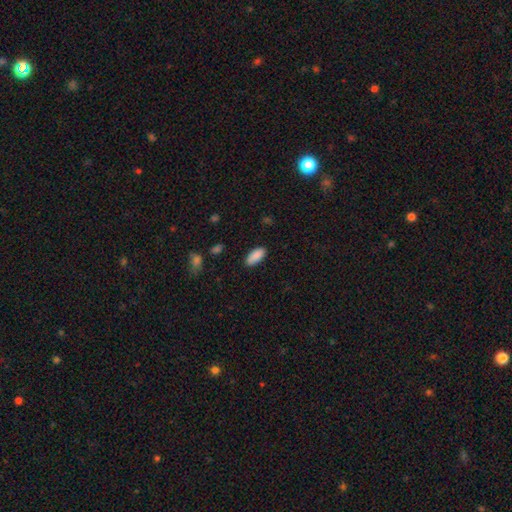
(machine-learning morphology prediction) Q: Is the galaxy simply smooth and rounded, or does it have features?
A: smooth — 89%.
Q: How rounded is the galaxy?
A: in between — 87%.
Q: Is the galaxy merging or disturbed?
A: none — 85%.